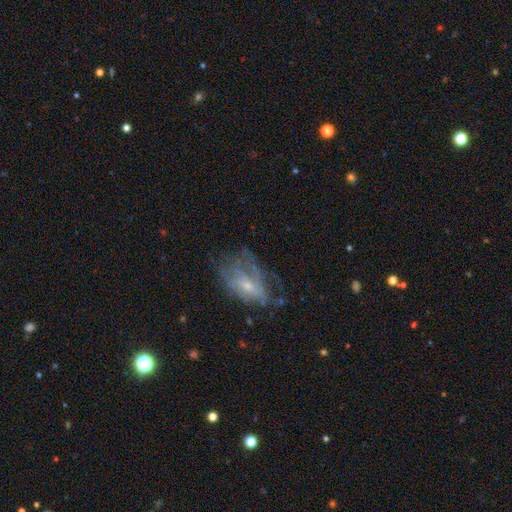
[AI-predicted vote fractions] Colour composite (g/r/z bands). It shows a featured or disk galaxy (56%) with no bar (68%), spiral arms (51%) and a small central bulge (61%). Merging: none (48%).